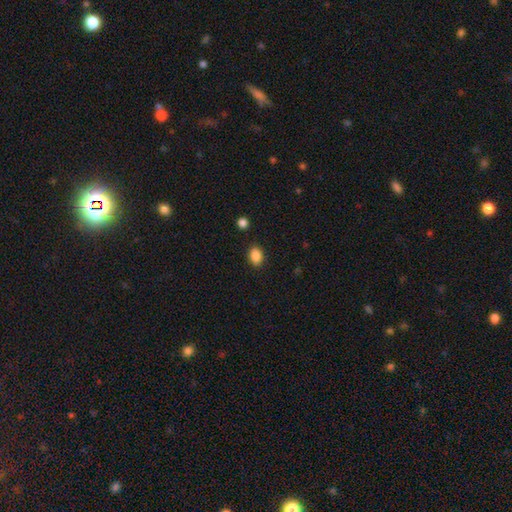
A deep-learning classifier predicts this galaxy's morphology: Smooth or featured?
  - smooth: 87% *
  - star or artifact: 9%
  - featured or disk: 3%
How rounded?
  - in between: 76% *
  - round: 23%
  - cigar-shaped: 1%
Merging?
  - none: 86% *
  - minor disturbance: 9%
  - major disturbance: 2%
  - merger: 2%